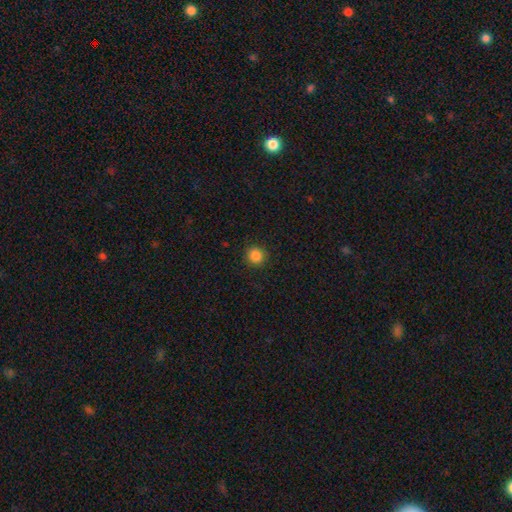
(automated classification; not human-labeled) Morphology: type=smooth (85%); roundness=round (91%); merging=none (91%).